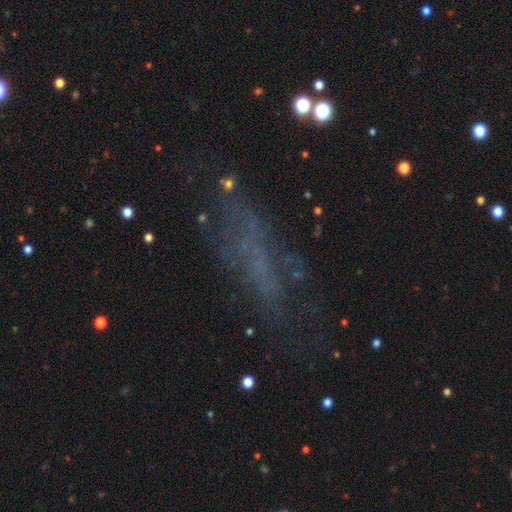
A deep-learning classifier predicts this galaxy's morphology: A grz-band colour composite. It shows a featured or disk galaxy (36%). Merging: none (61%).